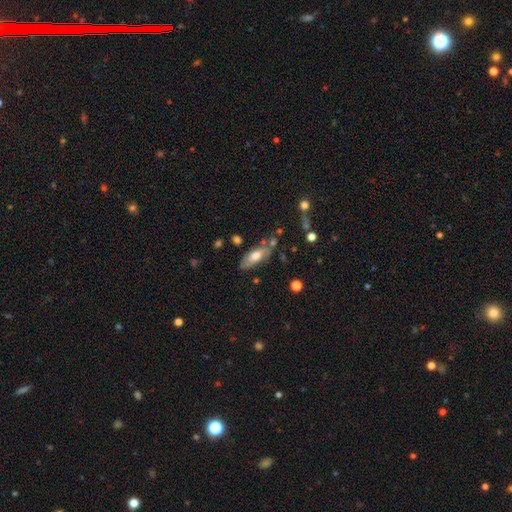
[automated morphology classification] A smooth galaxy with no disk features (58%) that is in between round and cigar-shaped (78%). Merging: none (63%).